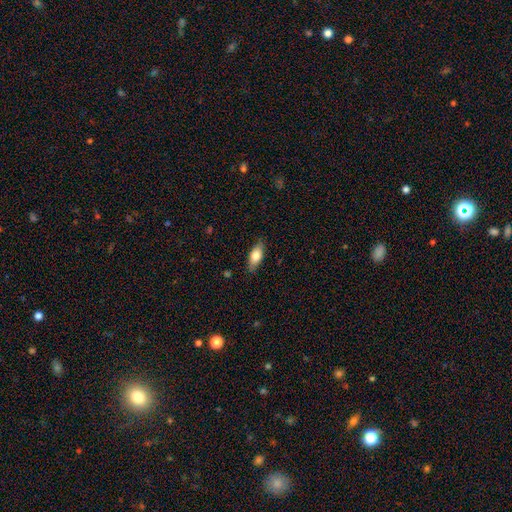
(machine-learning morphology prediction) A smooth galaxy with no disk features (76%) that is in between round and cigar-shaped (80%).

Vote fractions:
- Smooth or featured? smooth: 76% / featured or disk: 18% / star or artifact: 6%
- How rounded? in between: 80% / cigar-shaped: 17% / round: 3%
- Merging? none: 85% / minor disturbance: 12% / major disturbance: 3% / merger: 1%